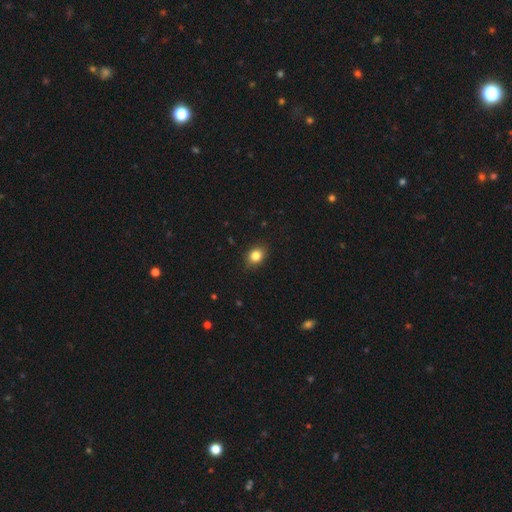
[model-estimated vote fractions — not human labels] This appears to be a smooth galaxy with no disk features (84%) that is in between round and cigar-shaped (54%). Merging: none (86%).